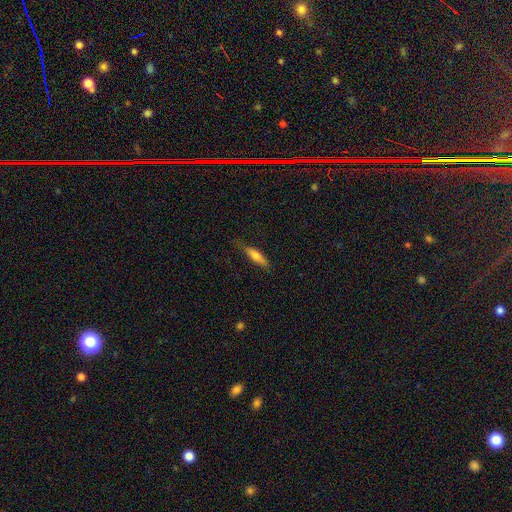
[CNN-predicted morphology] smooth_or_featured: smooth (p=0.61) [alt: featured or disk p=0.33]
how_rounded: cigar-shaped (p=0.70) [alt: in between p=0.28]
merging: none (p=0.71) [alt: minor disturbance p=0.22]